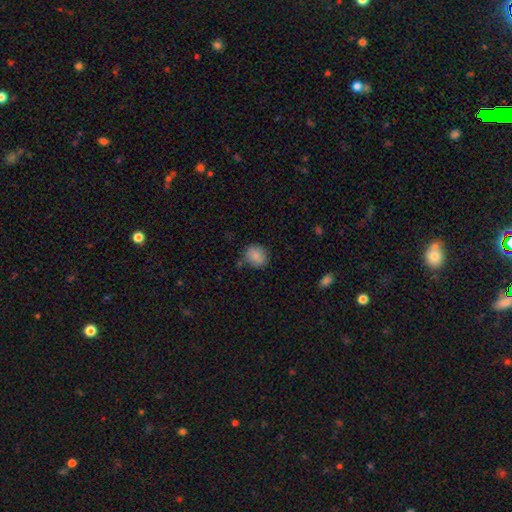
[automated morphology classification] This appears to be a smooth galaxy with no disk features (79%) that is round (74%). Merging: none (72%).